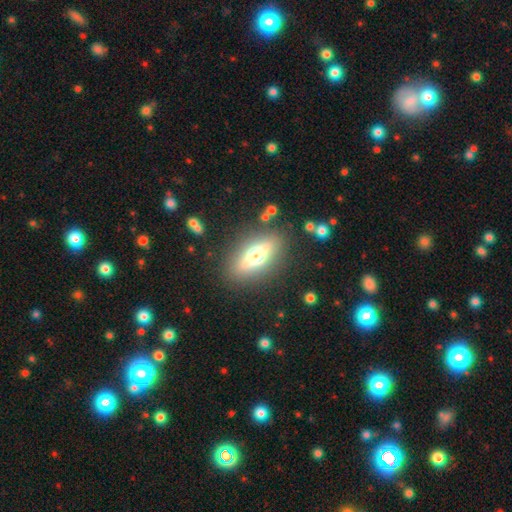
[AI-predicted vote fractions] smooth-or-featured: featured or disk: 50% | smooth: 40% | star or artifact: 10%
  merging: none: 84% | minor disturbance: 9% | major disturbance: 4% | merger: 2%